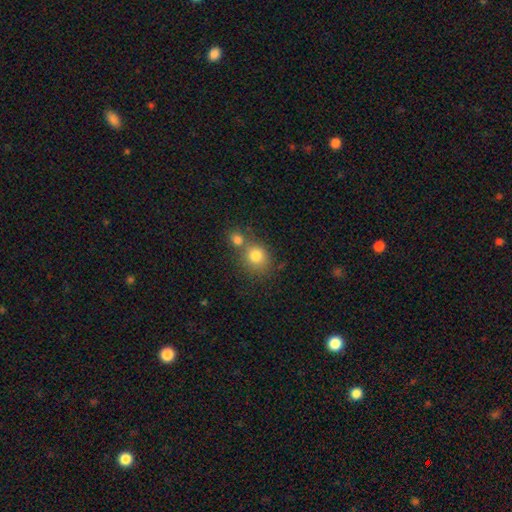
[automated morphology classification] The model was most divided on "merging": none: 50%, merger: 37%, minor disturbance: 9%, major disturbance: 4%. More confident: smooth or featured — smooth (80%); how rounded — round (77%).